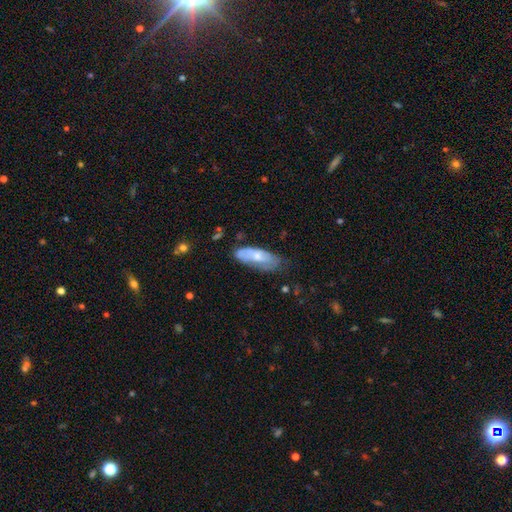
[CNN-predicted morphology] Smooth or featured: smooth — 53% (featured or disk — 41%)
How rounded: in between — 73% (cigar-shaped — 25%)
Merging: none — 49% (minor disturbance — 34%)